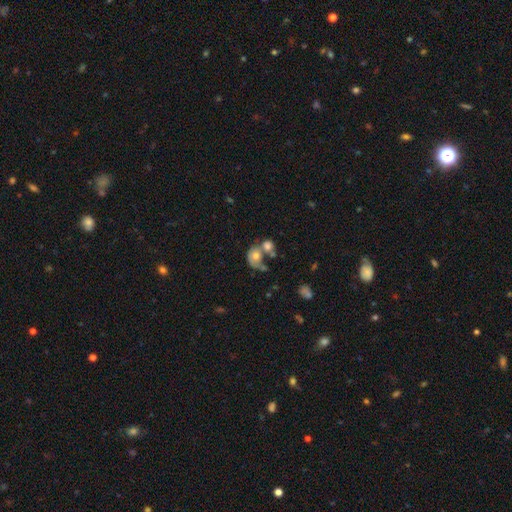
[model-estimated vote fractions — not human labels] smooth 51%, featured or disk 39%, star or artifact 11%. Down the decision tree: how rounded — in between (50%); merging — merger (53%).